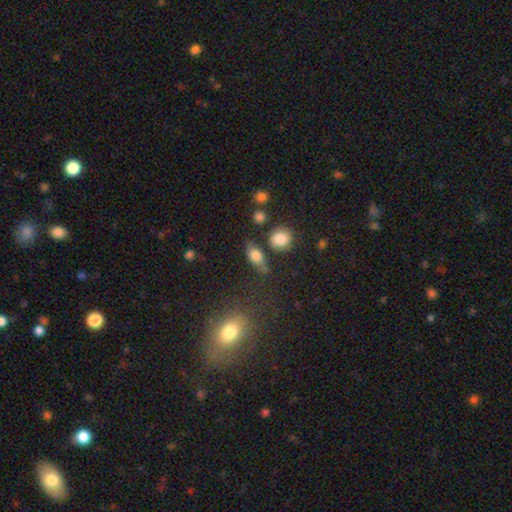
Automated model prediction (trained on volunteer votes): Morphology: type=smooth (76%); roundness=in between (71%); merging=none (64%).